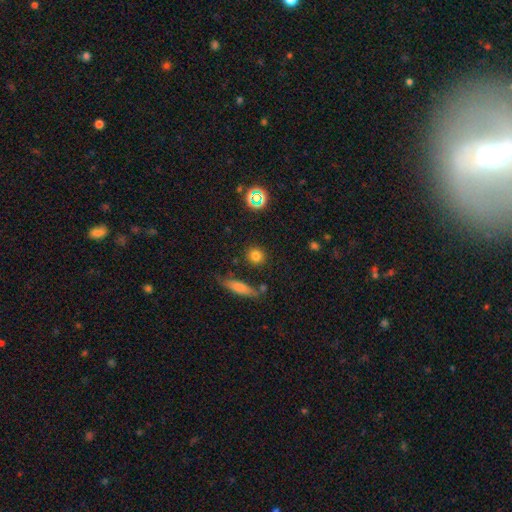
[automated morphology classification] smooth 79%, star or artifact 14%, featured or disk 7%. Down the decision tree: how rounded — round (85%); merging — none (85%).